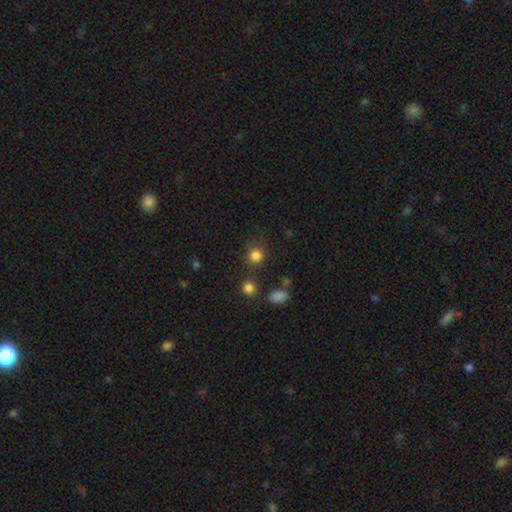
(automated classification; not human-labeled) smooth_or_featured: smooth (p=0.82) [alt: star or artifact p=0.13]
how_rounded: round (p=0.90) [alt: in between p=0.09]
merging: none (p=0.81) [alt: minor disturbance p=0.09]